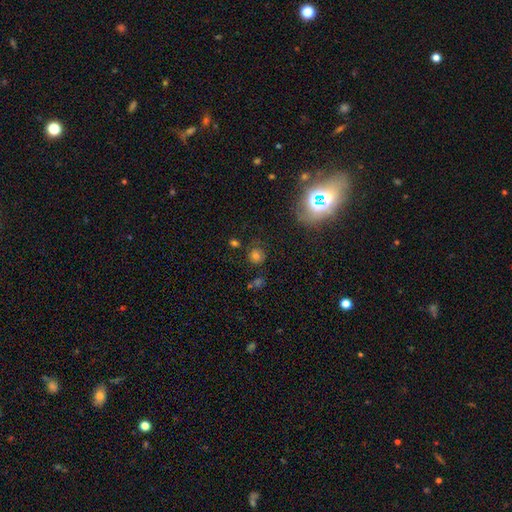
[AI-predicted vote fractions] Q: Smooth or featured?
A: smooth (62%); runner-up: star or artifact (25%)
Q: How rounded?
A: round (86%); runner-up: in between (12%)
Q: Merging?
A: none (76%); runner-up: minor disturbance (14%)